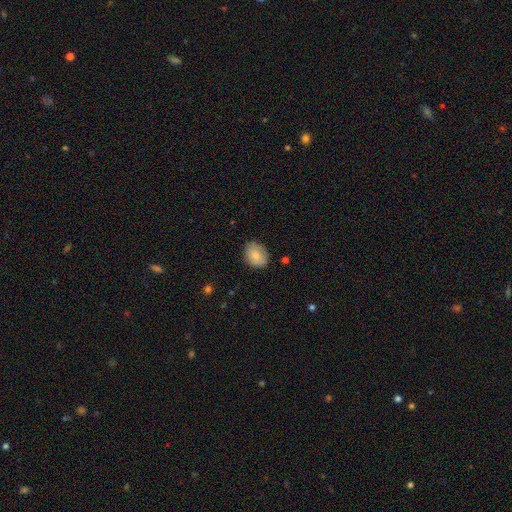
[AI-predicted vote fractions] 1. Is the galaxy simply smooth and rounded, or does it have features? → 83% smooth, 10% featured or disk, 7% star or artifact.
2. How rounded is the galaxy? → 68% in between, 31% round, 1% cigar-shaped.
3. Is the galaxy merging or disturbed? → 80% none, 16% minor disturbance, 3% major disturbance, 1% merger.